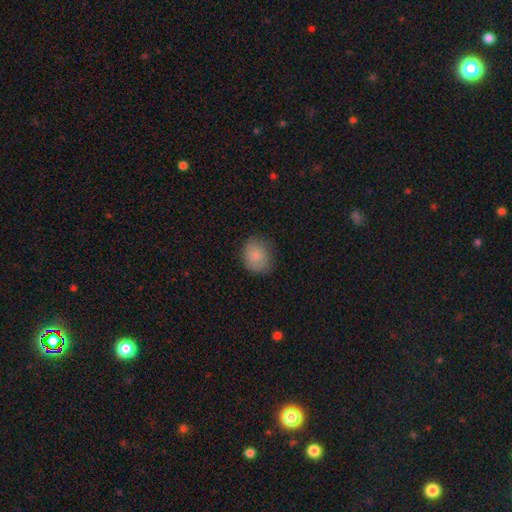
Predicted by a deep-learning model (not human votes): smooth 85%, star or artifact 8%, featured or disk 7%. Down the decision tree: how rounded — round (56%); merging — none (77%).